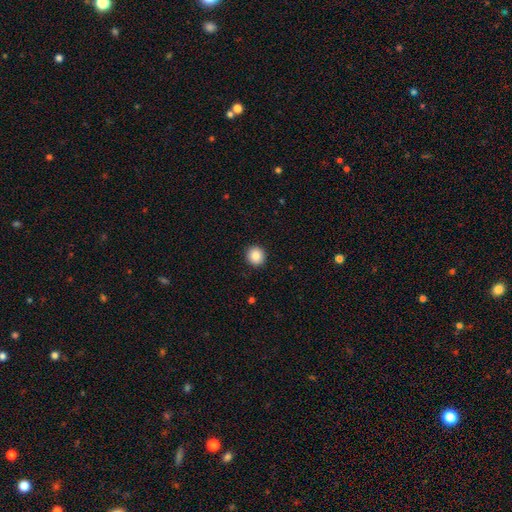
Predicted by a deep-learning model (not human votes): This is clearly a smooth galaxy (86%). How rounded: clearly round (93%). Merging: clearly none (93%).